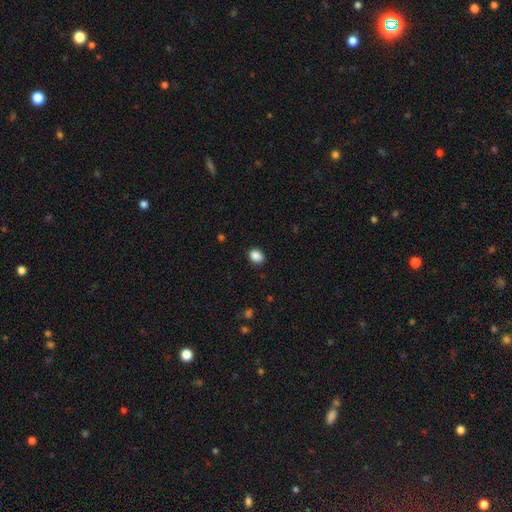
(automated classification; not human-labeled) A smooth galaxy with no disk features (88%) that is in between round and cigar-shaped (57%).

Vote fractions:
- Smooth or featured? smooth: 88% / star or artifact: 9% / featured or disk: 3%
- How rounded? in between: 57% / round: 43% / cigar-shaped: 1%
- Merging? none: 88% / minor disturbance: 9% / major disturbance: 2% / merger: 1%